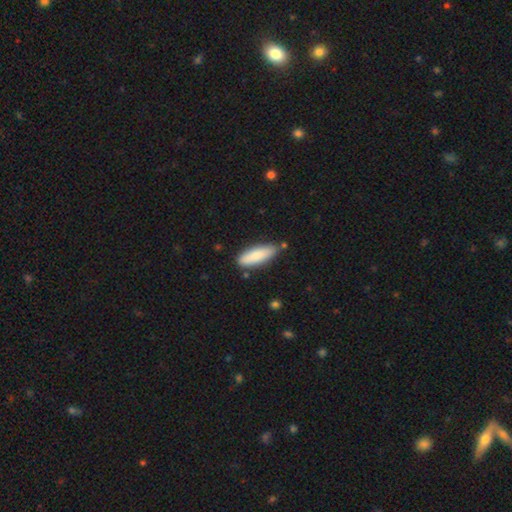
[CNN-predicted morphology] This is clearly a smooth galaxy (85%). How rounded: possibly in between (56%). Merging: likely none (79%).